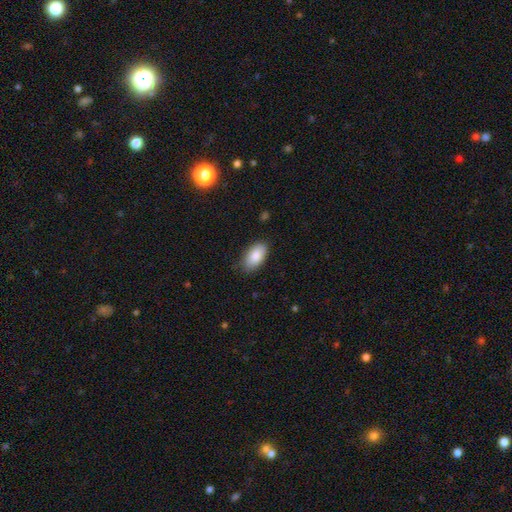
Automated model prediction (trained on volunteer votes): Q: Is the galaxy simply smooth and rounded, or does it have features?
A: smooth — 86%.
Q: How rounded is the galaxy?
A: in between — 95%.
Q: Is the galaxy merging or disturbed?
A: none — 82%.